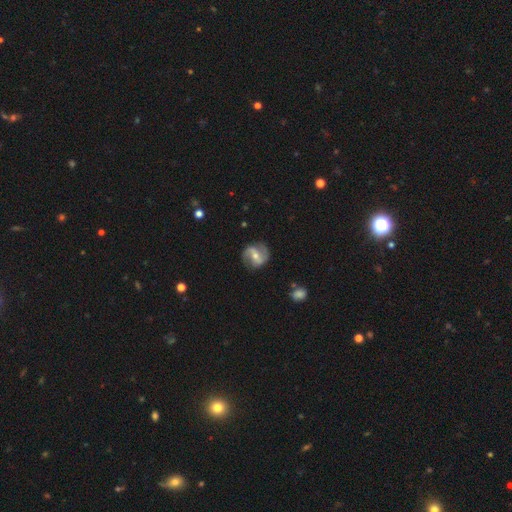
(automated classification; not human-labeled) Smooth or featured?
  - featured or disk: 83% *
  - smooth: 11%
  - star or artifact: 5%
Edge-on disk?
  - no: 97% *
  - yes: 3%
Bar?
  - strong: 40% *
  - weak: 39%
  - no: 21%
Spiral arms?
  - yes: 93% *
  - no: 7%
Spiral winding?
  - medium: 46% *
  - loose: 35%
  - tight: 20%
Spiral arm count?
  - 2: 91% *
  - can't tell: 4%
  - 1: 2%
  - 3: 2%
  - 4: 1%
  - more than 4: 1%
Bulge size?
  - small: 49% *
  - moderate: 47%
  - large: 2%
  - none: 2%
  - dominant: 1%
Merging?
  - none: 82% *
  - minor disturbance: 12%
  - major disturbance: 4%
  - merger: 1%